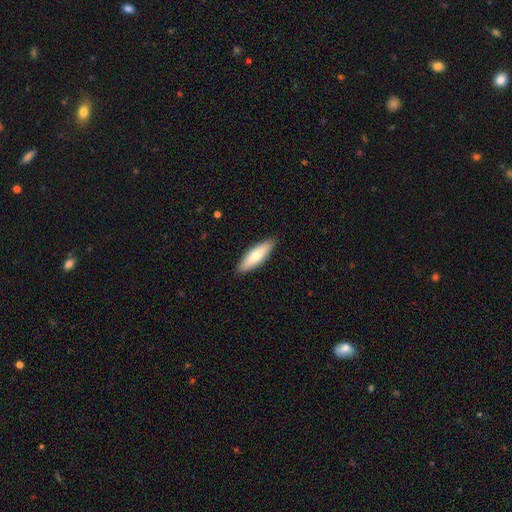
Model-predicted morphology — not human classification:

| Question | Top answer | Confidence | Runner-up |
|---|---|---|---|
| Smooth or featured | smooth | 77% | featured or disk (18%) |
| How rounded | cigar-shaped | 55% | in between (44%) |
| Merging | none | 88% | minor disturbance (10%) |